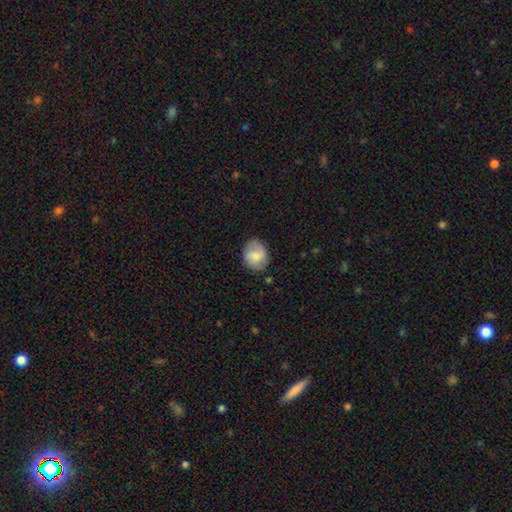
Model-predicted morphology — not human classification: smooth 75%, featured or disk 18%, star or artifact 7%. Down the decision tree: how rounded — round (53%); merging — none (76%).